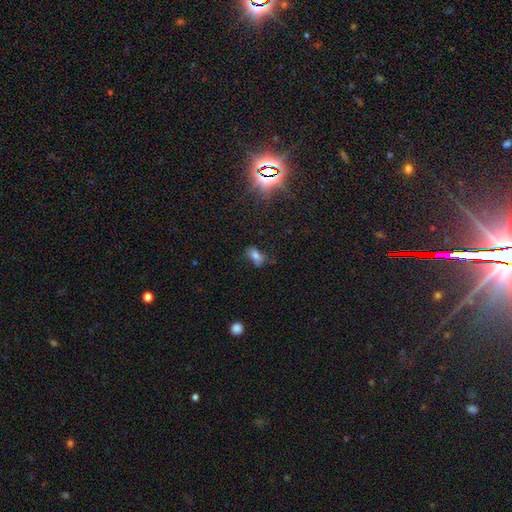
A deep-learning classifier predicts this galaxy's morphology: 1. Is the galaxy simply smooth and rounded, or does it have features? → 68% smooth, 17% star or artifact, 15% featured or disk.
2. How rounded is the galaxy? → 85% in between, 12% round, 4% cigar-shaped.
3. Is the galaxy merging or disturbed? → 55% none, 27% minor disturbance, 13% major disturbance, 5% merger.